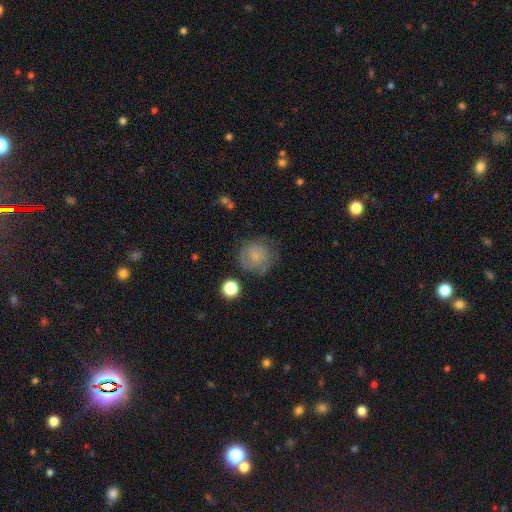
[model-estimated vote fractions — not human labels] Smooth or featured?
  - smooth: 53% *
  - featured or disk: 37%
  - star or artifact: 10%
How rounded?
  - round: 86% *
  - in between: 13%
  - cigar-shaped: 1%
Merging?
  - none: 61% *
  - minor disturbance: 23%
  - major disturbance: 13%
  - merger: 3%